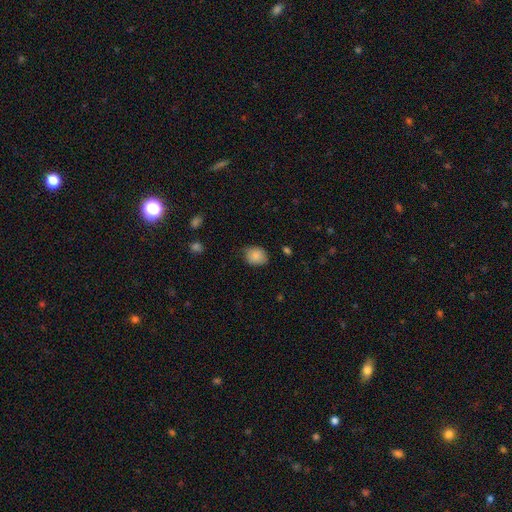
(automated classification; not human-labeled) Smooth or featured? smooth (86%)
How rounded? round (60%)
Merging? none (73%)